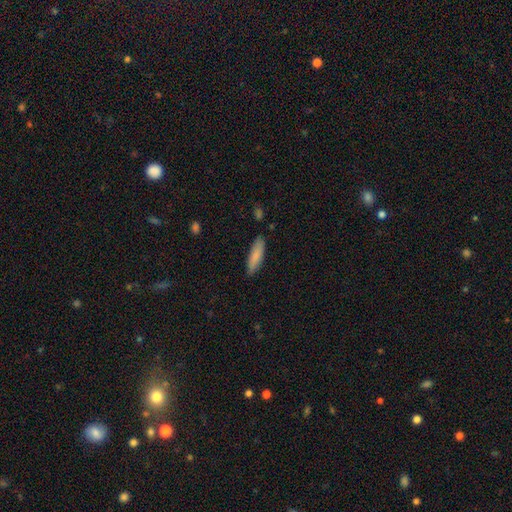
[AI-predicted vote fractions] Smooth or featured? Predicted: smooth (p=0.85). How rounded? Predicted: cigar-shaped (p=0.60). Merging? Predicted: none (p=0.85).